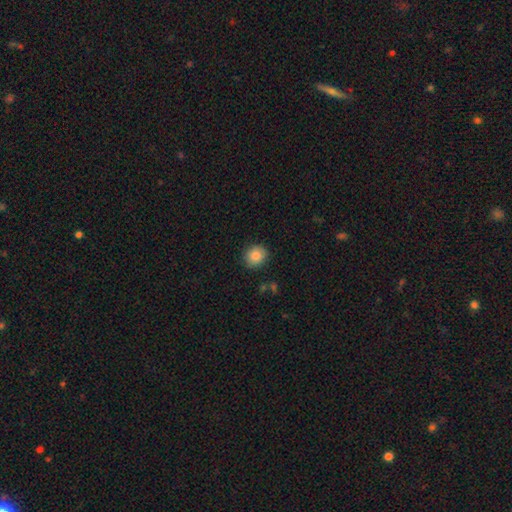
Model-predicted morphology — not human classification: smooth_or_featured: smooth (p=0.85) [alt: star or artifact p=0.09]
how_rounded: round (p=0.83) [alt: in between p=0.16]
merging: none (p=0.89) [alt: minor disturbance p=0.08]